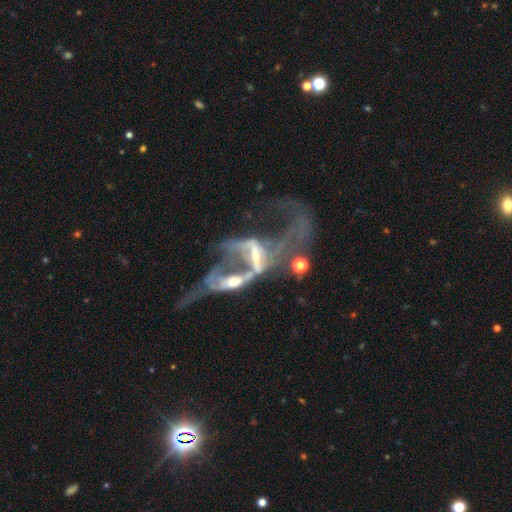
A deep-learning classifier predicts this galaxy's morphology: Smooth or featured? featured or disk (82%)
Edge-on disk? no (91%)
Bar? strong (37%)
Spiral arms? yes (73%)
Spiral winding? loose (75%)
Spiral arm count? 2 (63%)
Bulge size? small (43%)
Merging? merger (68%)